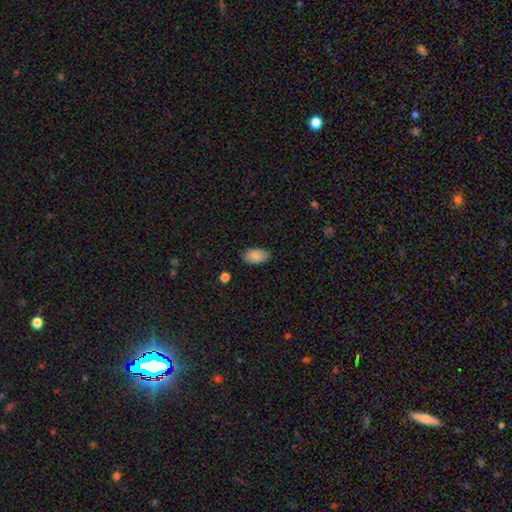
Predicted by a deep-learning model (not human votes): This is clearly a smooth galaxy (88%). How rounded: clearly in between (94%). Merging: clearly none (83%).